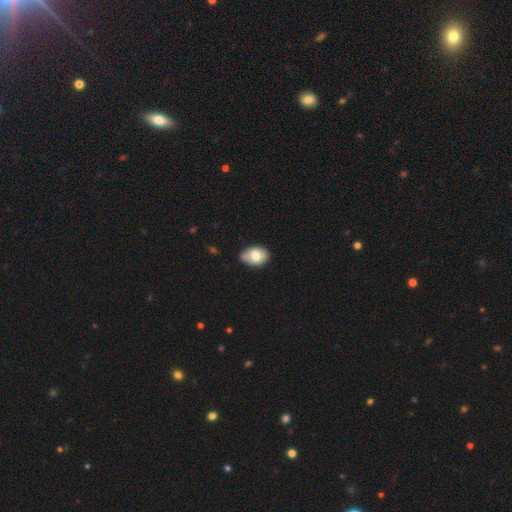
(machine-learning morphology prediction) The model was most divided on "merging": none: 54%, minor disturbance: 33%, merger: 7%, major disturbance: 6%. More confident: smooth or featured — smooth (76%); how rounded — in between (74%).